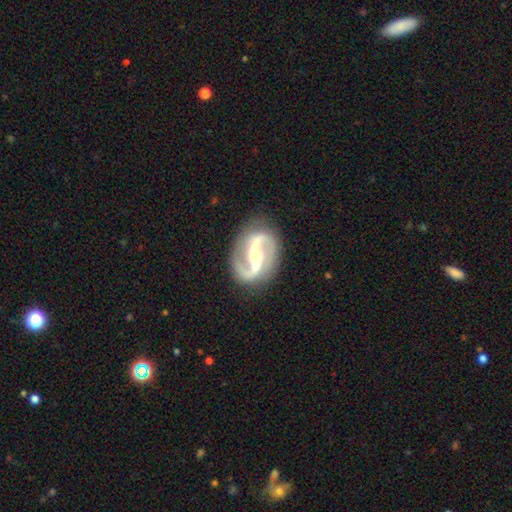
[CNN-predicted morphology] Smooth or featured: featured or disk — 92% (star or artifact — 4%)
Edge-on disk: no — 98% (yes — 2%)
Bar: strong — 57% (weak — 28%)
Spiral arms: yes — 97% (no — 3%)
Spiral winding: medium — 47% (loose — 41%)
Spiral arm count: 2 — 94% (1 — 1%)
Bulge size: moderate — 49% (small — 45%)
Merging: none — 86% (minor disturbance — 10%)